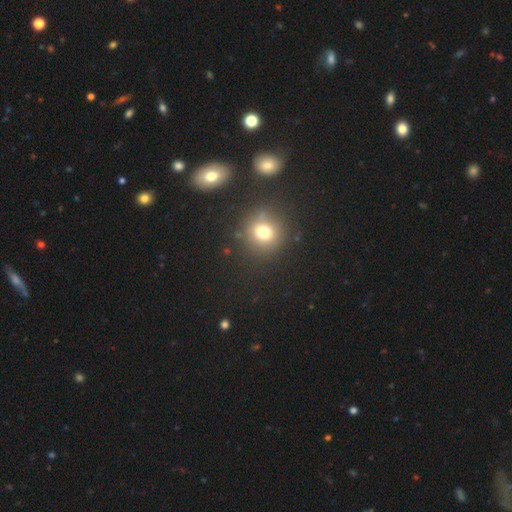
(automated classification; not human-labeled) A smooth galaxy with no disk features (55%) that is round (89%). Merging: none (83%).